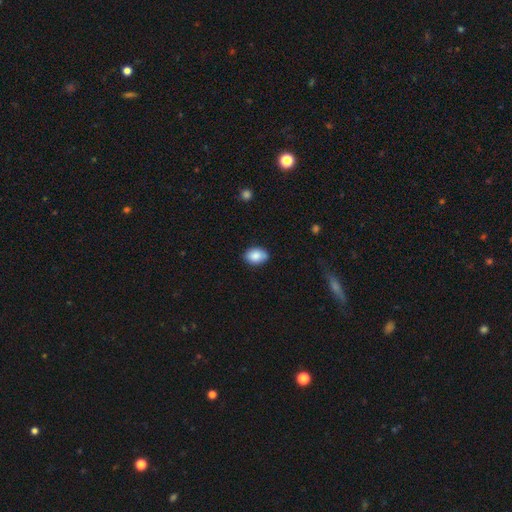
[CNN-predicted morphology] The model was most divided on "how rounded": in between: 78%, round: 21%, cigar-shaped: 1%. More confident: smooth or featured — smooth (86%); merging — none (80%).